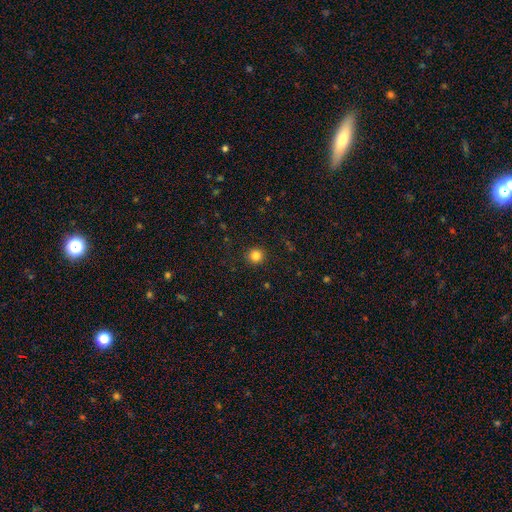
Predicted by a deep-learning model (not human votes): smooth_or_featured: smooth (p=0.83) [alt: star or artifact p=0.12]
how_rounded: round (p=0.94) [alt: in between p=0.05]
merging: none (p=0.92) [alt: minor disturbance p=0.05]